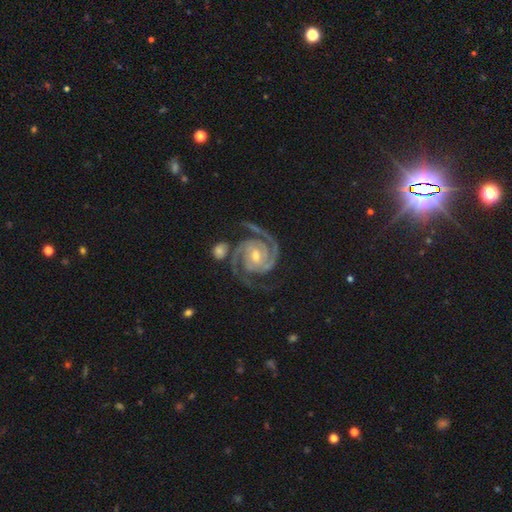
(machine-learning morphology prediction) A featured or disk galaxy (94%) with no bar (49%), 2 (80%) tight (67%) spiral arms (99%) and a moderate central bulge (52%). Merging: none (72%).